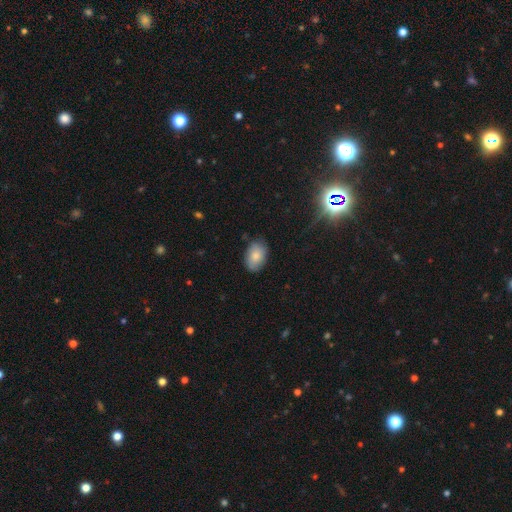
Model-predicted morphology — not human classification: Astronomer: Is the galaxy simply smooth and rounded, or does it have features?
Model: smooth — 82%.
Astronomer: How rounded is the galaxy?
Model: in between — 89%.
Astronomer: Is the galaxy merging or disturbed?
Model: none — 80%.